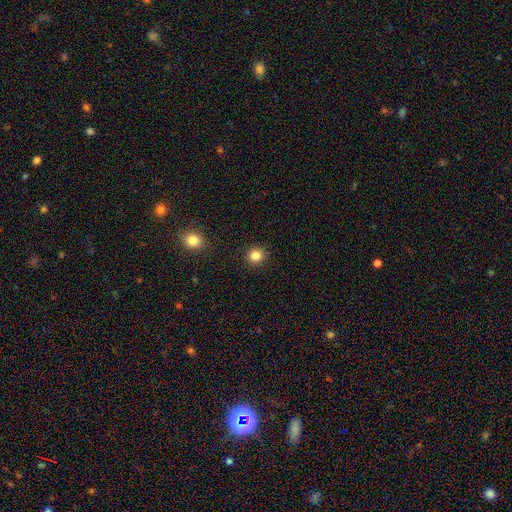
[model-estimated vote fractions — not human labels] A smooth galaxy with no disk features (84%) that is round (90%).

Vote fractions:
- Smooth or featured? smooth: 84% / star or artifact: 12% / featured or disk: 5%
- How rounded? round: 90% / in between: 9% / cigar-shaped: 1%
- Merging? none: 92% / minor disturbance: 5% / major disturbance: 2% / merger: 1%